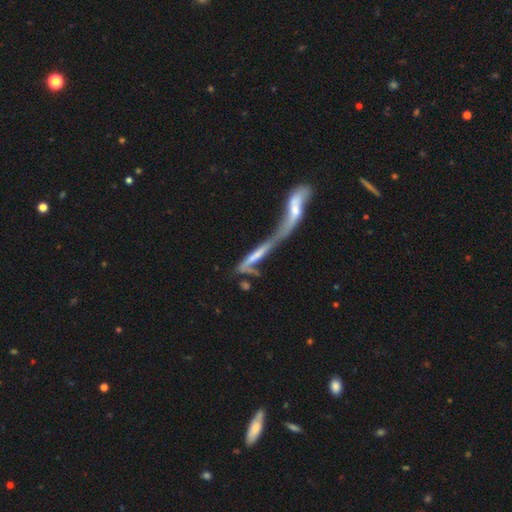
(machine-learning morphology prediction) Smooth or featured? featured or disk (54%)
Edge-on disk? no (57%)
Merging? merger (78%)